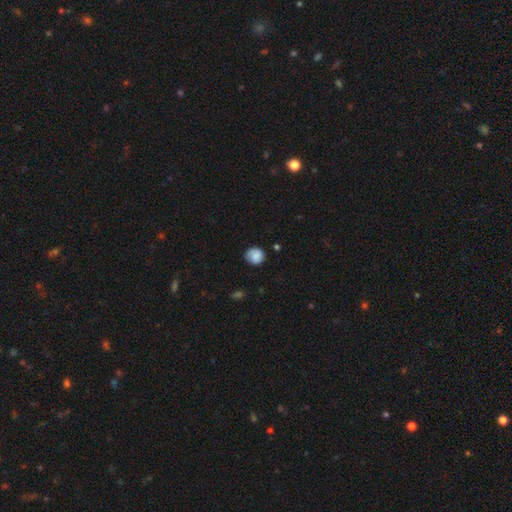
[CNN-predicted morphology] Smooth or featured? smooth (82%)
How rounded? round (83%)
Merging? none (72%)